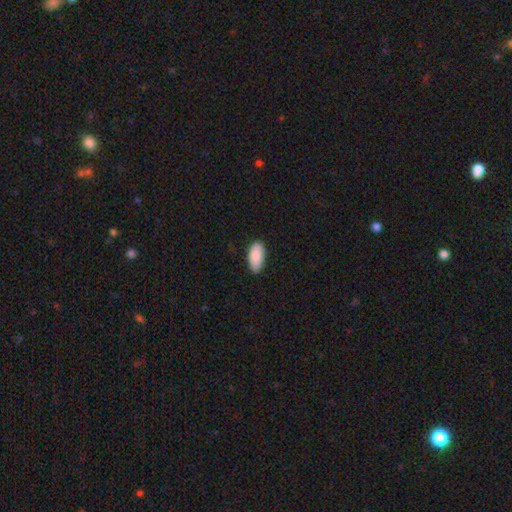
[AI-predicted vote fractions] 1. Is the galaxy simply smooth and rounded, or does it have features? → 89% smooth, 6% star or artifact, 5% featured or disk.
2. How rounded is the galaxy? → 93% in between, 5% cigar-shaped, 2% round.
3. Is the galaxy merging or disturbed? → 83% none, 14% minor disturbance, 2% major disturbance, 1% merger.